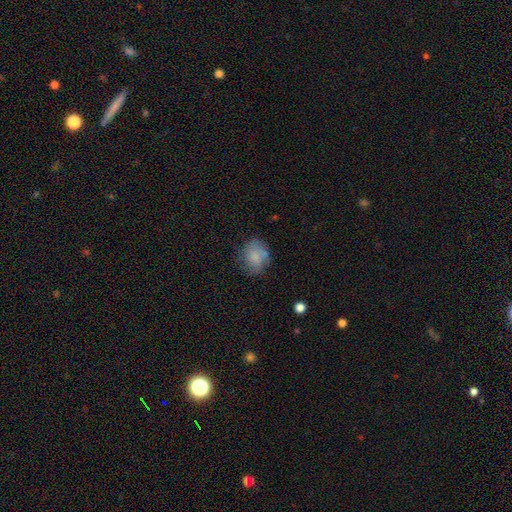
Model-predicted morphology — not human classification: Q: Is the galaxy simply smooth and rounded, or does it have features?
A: smooth — 74%.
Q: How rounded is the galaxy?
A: round — 61%.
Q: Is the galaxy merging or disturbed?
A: none — 66%.